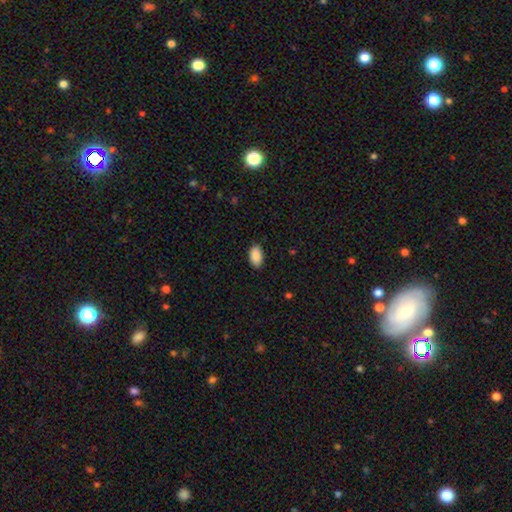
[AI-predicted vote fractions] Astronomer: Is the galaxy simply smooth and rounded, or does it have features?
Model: smooth — 91%.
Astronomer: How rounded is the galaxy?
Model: in between — 95%.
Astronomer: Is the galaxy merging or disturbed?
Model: none — 88%.